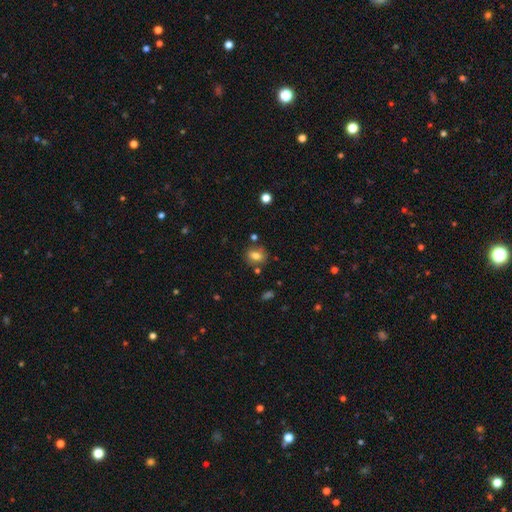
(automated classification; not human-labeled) The model was most divided on "how rounded": round: 50%, in between: 48%, cigar-shaped: 1%. More confident: smooth or featured — smooth (78%); merging — none (77%).